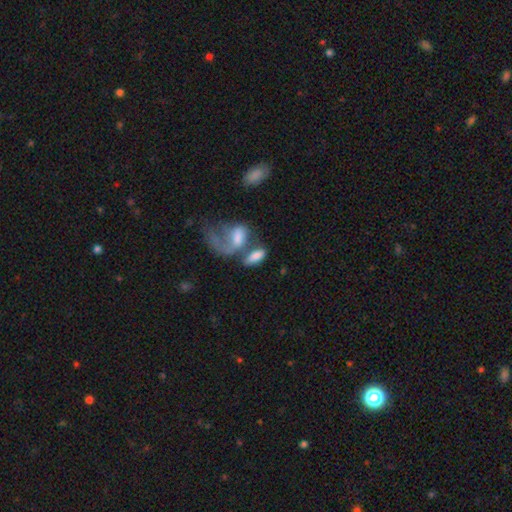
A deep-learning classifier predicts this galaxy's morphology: smooth_or_featured: smooth (p=0.70) [alt: featured or disk p=0.22]
how_rounded: in between (p=0.82) [alt: cigar-shaped p=0.12]
merging: merger (p=0.48) [alt: none p=0.26]